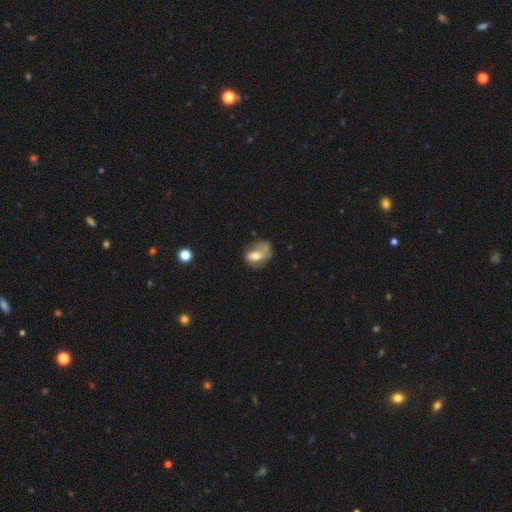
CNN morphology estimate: smooth-or-featured: smooth: 51% | featured or disk: 40% | star or artifact: 9%
  how-rounded: in between: 75% | round: 23% | cigar-shaped: 2%
  merging: none: 33% | major disturbance: 32% | minor disturbance: 28% | merger: 7%